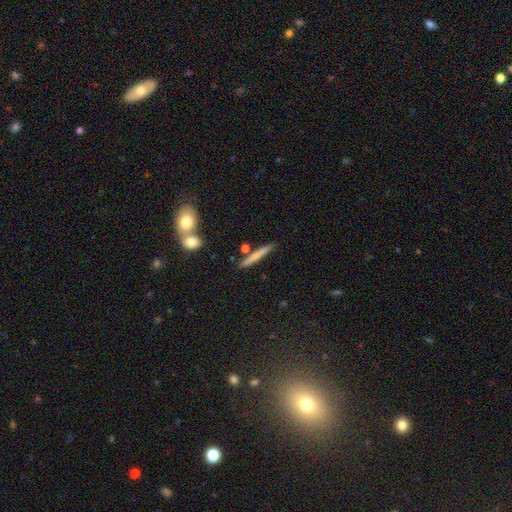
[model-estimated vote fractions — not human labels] Q: Smooth or featured?
A: smooth (58%); runner-up: featured or disk (35%)
Q: How rounded?
A: cigar-shaped (93%); runner-up: in between (4%)
Q: Merging?
A: none (83%); runner-up: minor disturbance (9%)